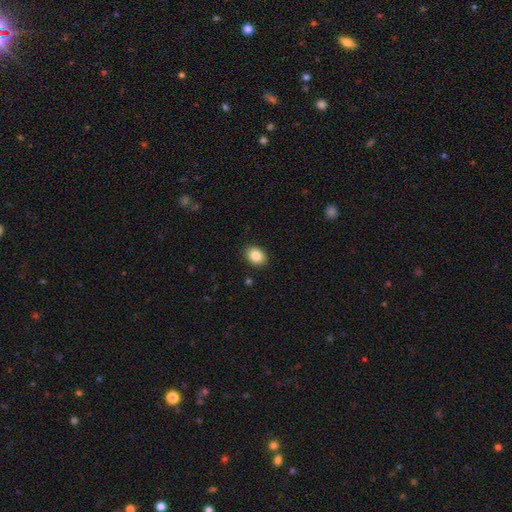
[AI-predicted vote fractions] Q: Smooth or featured?
A: smooth (85%); runner-up: star or artifact (8%)
Q: How rounded?
A: in between (67%); runner-up: round (32%)
Q: Merging?
A: none (89%); runner-up: minor disturbance (8%)